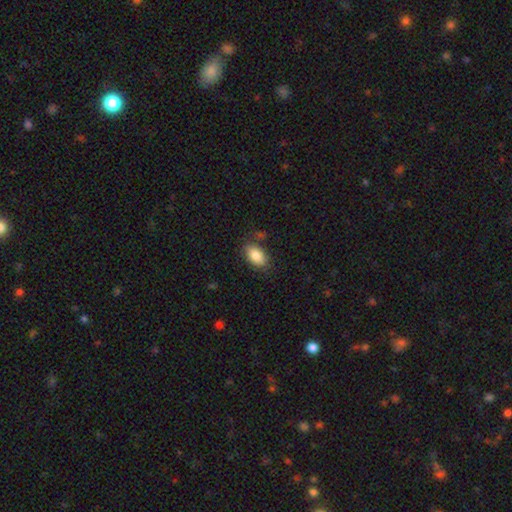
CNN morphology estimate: type=smooth (87%); roundness=in between (92%); merging=none (79%).